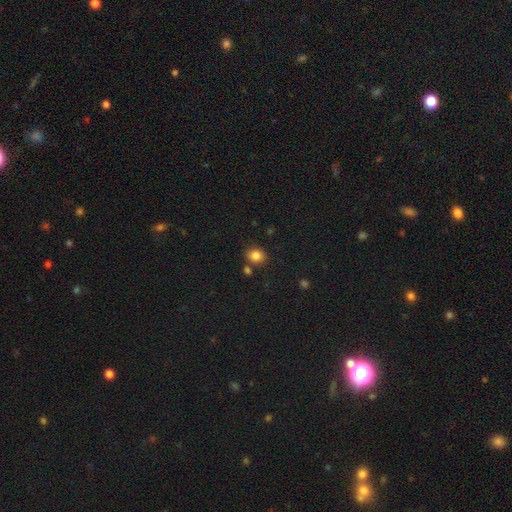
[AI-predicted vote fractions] smooth 84%, star or artifact 11%, featured or disk 5%. Down the decision tree: how rounded — round (63%); merging — none (77%).